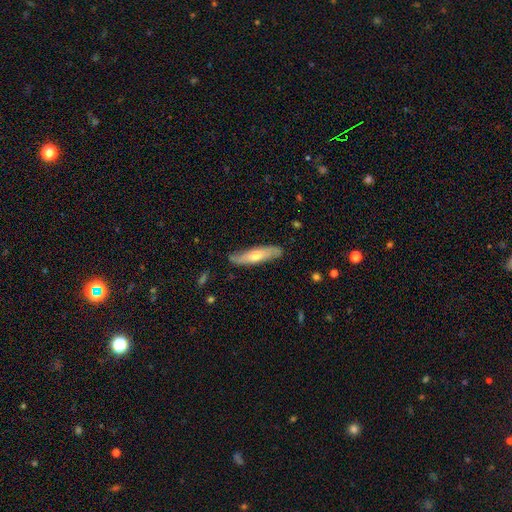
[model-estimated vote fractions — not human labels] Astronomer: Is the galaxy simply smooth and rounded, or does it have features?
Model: smooth — 53% (runner-up: featured or disk, 42%).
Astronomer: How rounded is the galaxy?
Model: cigar-shaped — 77%.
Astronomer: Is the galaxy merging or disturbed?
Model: none — 82%.